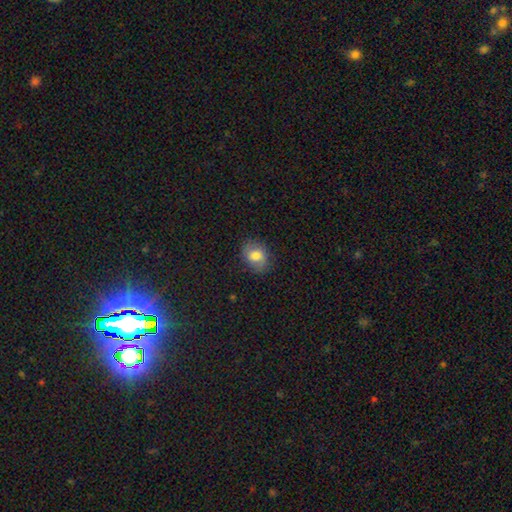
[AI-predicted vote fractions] Morphology: type=smooth (75%); roundness=in between (56%); merging=none (77%).